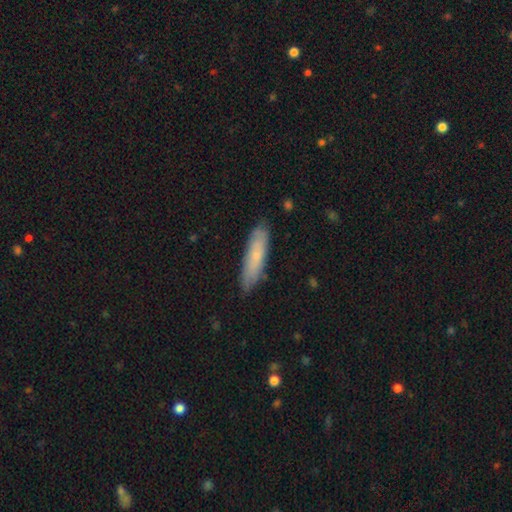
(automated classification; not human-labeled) This is likely a smooth galaxy (67%). How rounded: likely cigar-shaped (73%). Merging: clearly none (82%).